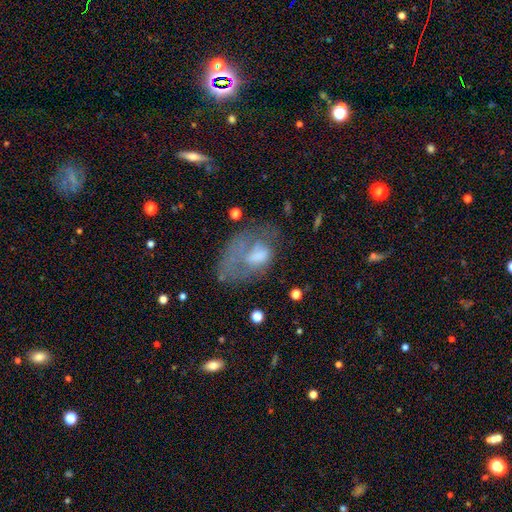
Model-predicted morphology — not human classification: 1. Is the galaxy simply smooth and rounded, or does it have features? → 46% smooth, 43% featured or disk, 11% star or artifact.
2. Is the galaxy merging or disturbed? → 45% major disturbance, 28% none, 22% minor disturbance, 6% merger.